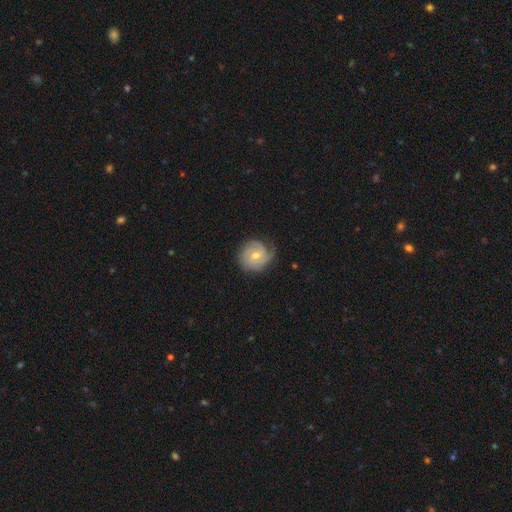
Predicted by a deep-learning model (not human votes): Morphology: type=featured or disk (80%); edge-on=no (98%); bar=no (49%); spiral arms=yes (95%); winding=tight (61%); arm count=3 (35%); bulge=moderate (58%); merging=none (71%).